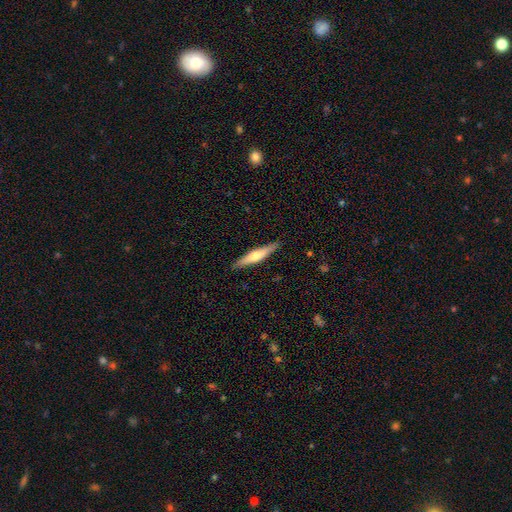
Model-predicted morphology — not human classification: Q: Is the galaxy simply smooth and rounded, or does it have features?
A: smooth — 50%.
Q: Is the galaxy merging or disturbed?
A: none — 89%.